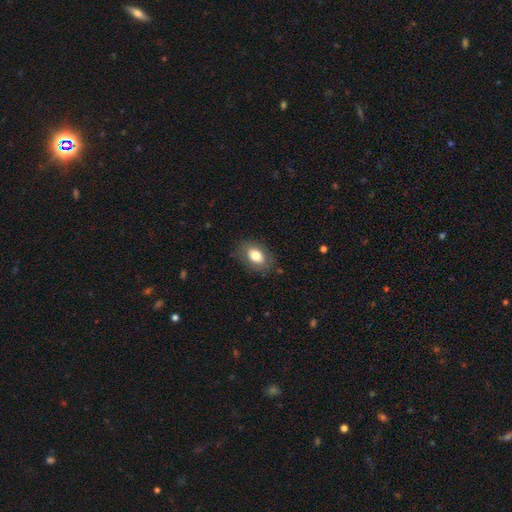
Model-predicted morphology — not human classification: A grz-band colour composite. It shows a smooth galaxy with no disk features (76%) that is in between round and cigar-shaped (84%). Merging: none (80%).